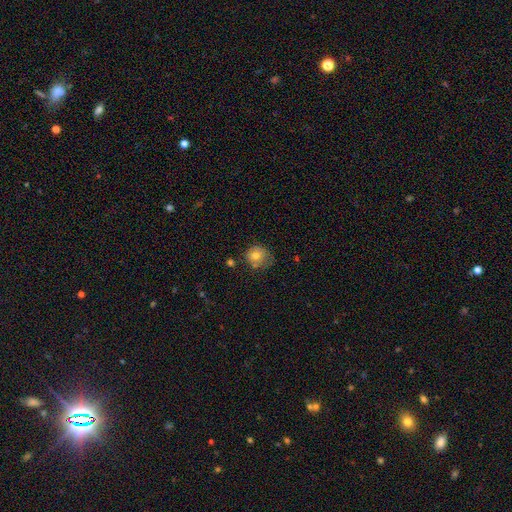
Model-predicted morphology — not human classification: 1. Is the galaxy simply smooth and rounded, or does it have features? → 74% smooth, 16% featured or disk, 10% star or artifact.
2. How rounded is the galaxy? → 80% round, 19% in between, 1% cigar-shaped.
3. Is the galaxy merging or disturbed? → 57% none, 27% minor disturbance, 9% major disturbance, 7% merger.